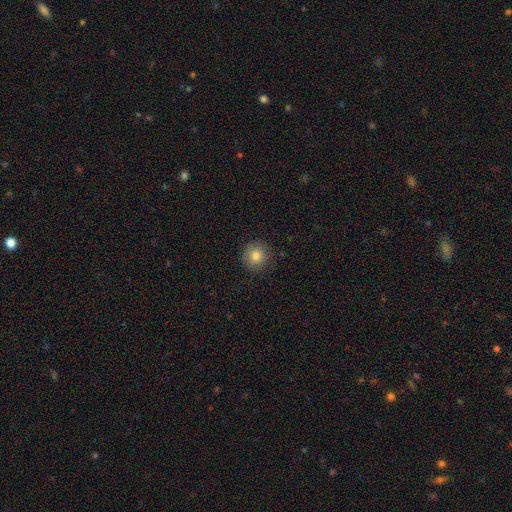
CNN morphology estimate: Smooth or featured: smooth — 82% (star or artifact — 10%)
How rounded: round — 93% (in between — 6%)
Merging: none — 87% (minor disturbance — 10%)